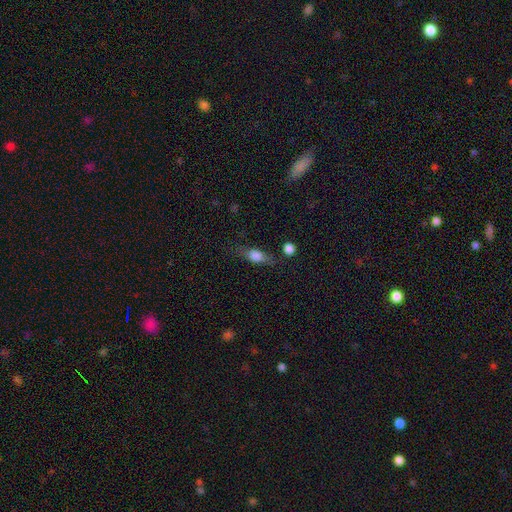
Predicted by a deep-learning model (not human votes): smooth 67%, featured or disk 23%, star or artifact 9%. Down the decision tree: how rounded — in between (67%); merging — none (64%).